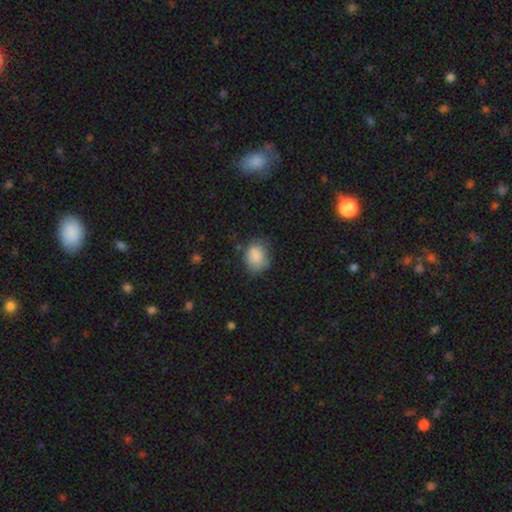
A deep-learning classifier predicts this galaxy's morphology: Smooth or featured? Predicted: smooth (p=0.85). How rounded? Predicted: in between (p=0.54). Merging? Predicted: none (p=0.62).